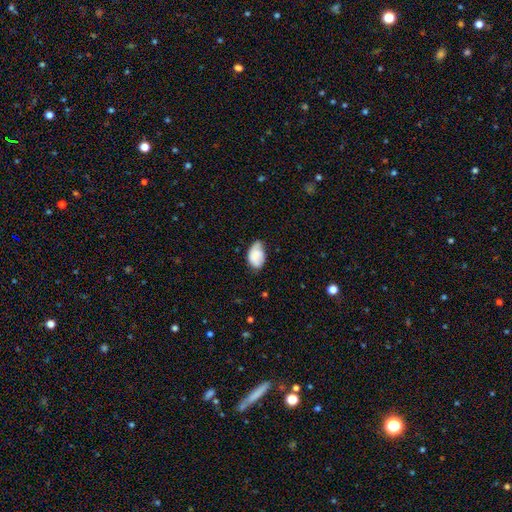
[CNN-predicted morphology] Smooth or featured: smooth — 75% (featured or disk — 17%)
How rounded: in between — 89% (round — 10%)
Merging: minor disturbance — 44% (none — 43%)